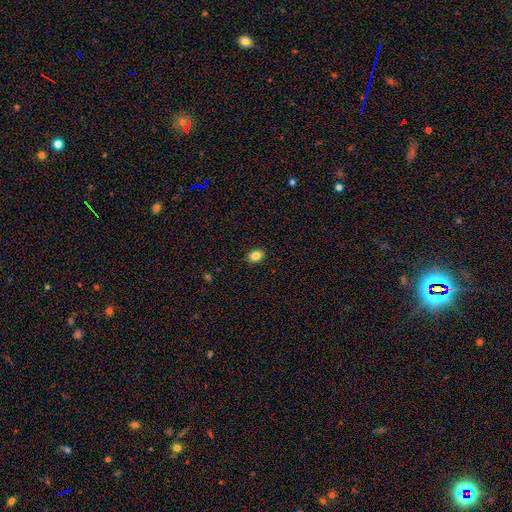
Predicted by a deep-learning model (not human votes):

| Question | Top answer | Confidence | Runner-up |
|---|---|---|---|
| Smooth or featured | smooth | 84% | star or artifact (10%) |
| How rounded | in between | 72% | round (27%) |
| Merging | none | 89% | minor disturbance (8%) |